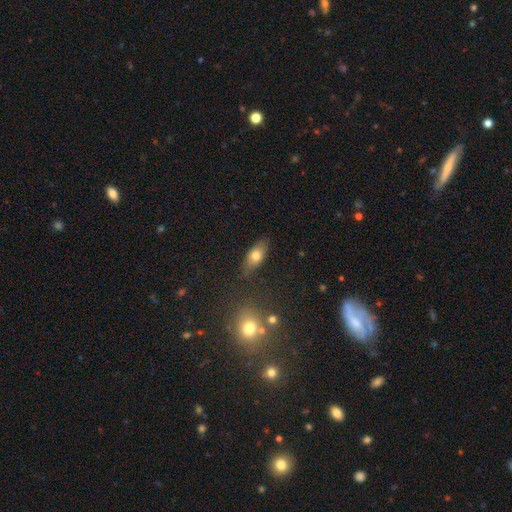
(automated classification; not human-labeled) This appears to be a smooth galaxy with no disk features (72%) that is in between round and cigar-shaped (81%). Merging: none (80%).